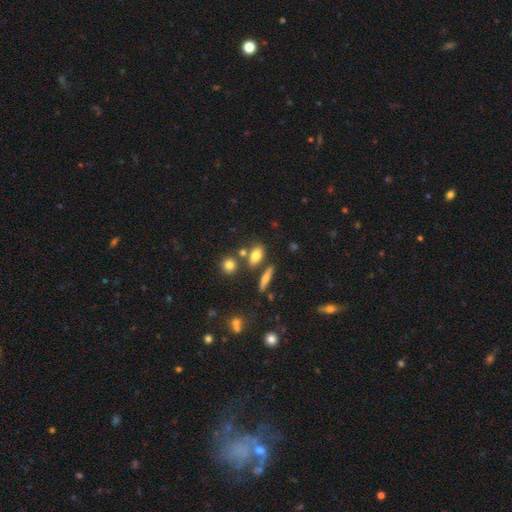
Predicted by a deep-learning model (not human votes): Overall: smooth (75%). How rounded: in between (74%). Merging: none (67%).